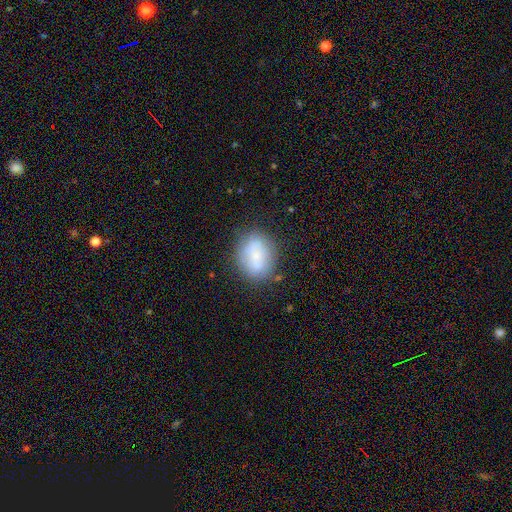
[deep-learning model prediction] Overall: smooth (66%). How rounded: in between (60%; round 38%). Merging: none (65%).